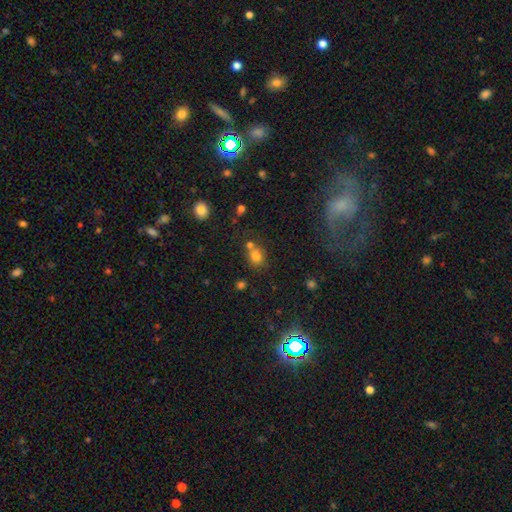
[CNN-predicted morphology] A smooth galaxy with no disk features (77%) that is round (71%). Merging: none (51%).